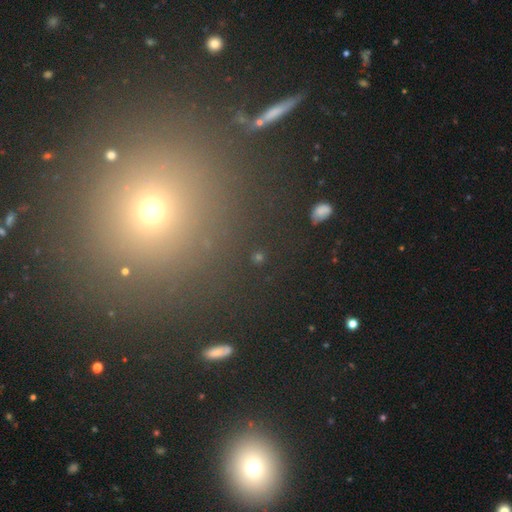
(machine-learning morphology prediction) Smooth or featured?
  - star or artifact: 46% *
  - smooth: 42%
  - featured or disk: 12%